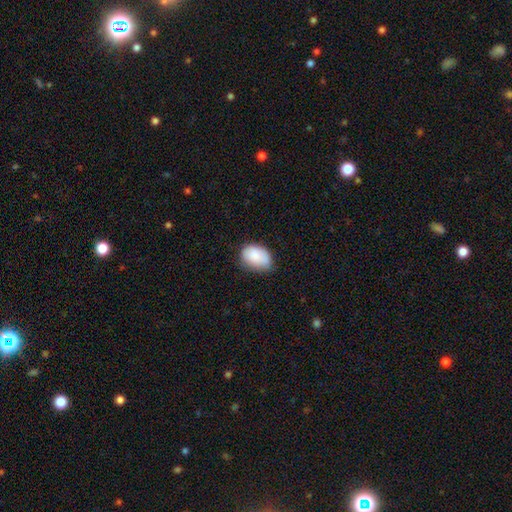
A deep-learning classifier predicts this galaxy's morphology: Overall: smooth (86%). How rounded: in between (82%). Merging: none (63%; minor disturbance 31%).